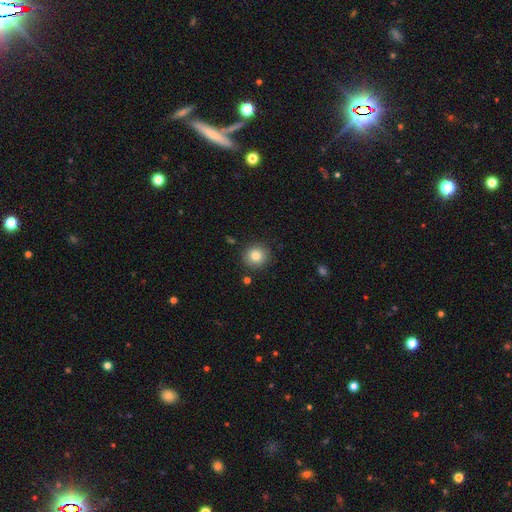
Morphology: type=smooth (90%); roundness=round (97%); merging=none (84%).